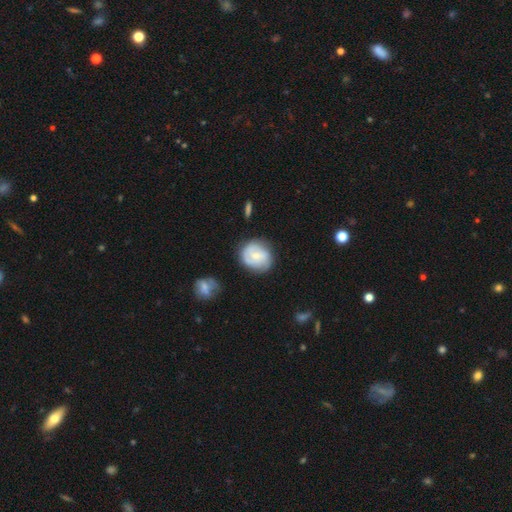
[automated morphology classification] type=featured or disk (54%); edge-on=no (97%); bar=no (48%); spiral arms=yes (83%); bulge=small (54%); merging=none (70%).